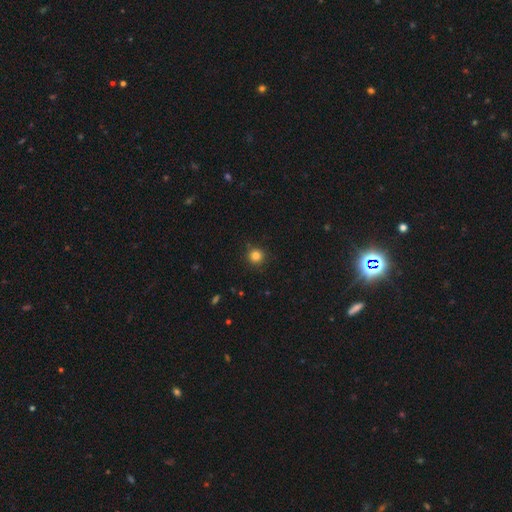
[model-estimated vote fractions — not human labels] smooth-or-featured: smooth: 82% | star or artifact: 13% | featured or disk: 5%
  how-rounded: round: 94% | in between: 5% | cigar-shaped: 1%
  merging: none: 90% | minor disturbance: 7% | major disturbance: 2% | merger: 1%